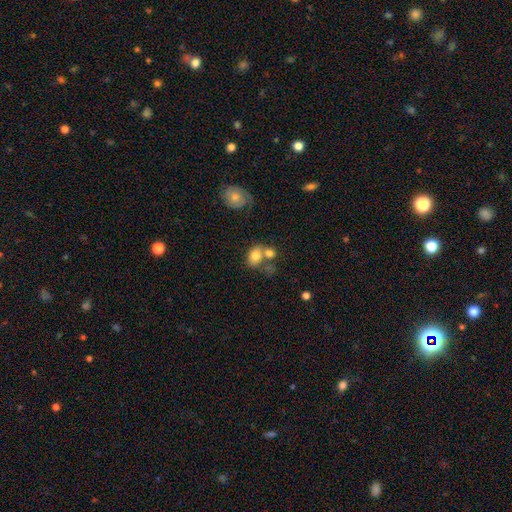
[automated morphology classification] Q: Smooth or featured?
A: smooth (77%); runner-up: featured or disk (14%)
Q: How rounded?
A: in between (66%); runner-up: round (33%)
Q: Merging?
A: merger (43%); runner-up: none (35%)